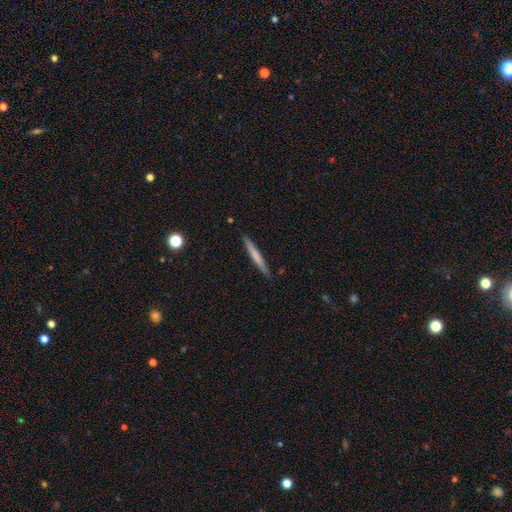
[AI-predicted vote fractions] smooth_or_featured: smooth (p=0.65) [alt: featured or disk p=0.29]
how_rounded: cigar-shaped (p=0.96) [alt: in between p=0.03]
merging: none (p=0.89) [alt: minor disturbance p=0.08]